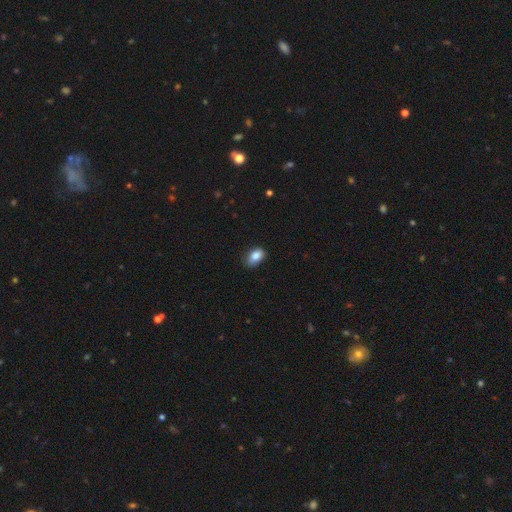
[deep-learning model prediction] Q: Smooth or featured?
A: smooth (85%); runner-up: star or artifact (8%)
Q: How rounded?
A: in between (90%); runner-up: round (8%)
Q: Merging?
A: none (71%); runner-up: minor disturbance (24%)